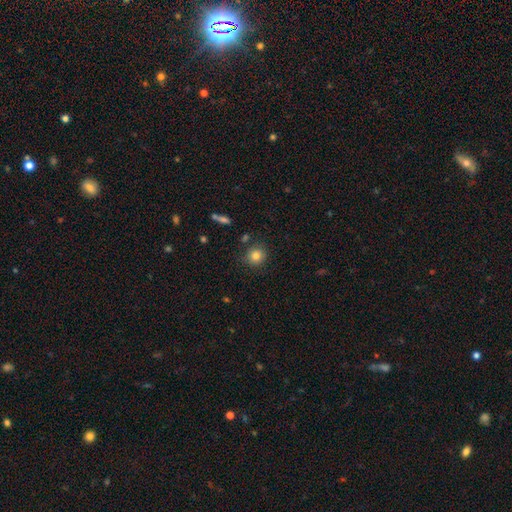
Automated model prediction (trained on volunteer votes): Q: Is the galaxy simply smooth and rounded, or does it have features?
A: smooth — 83%.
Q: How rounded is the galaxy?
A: round — 90%.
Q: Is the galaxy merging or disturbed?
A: none — 83%.